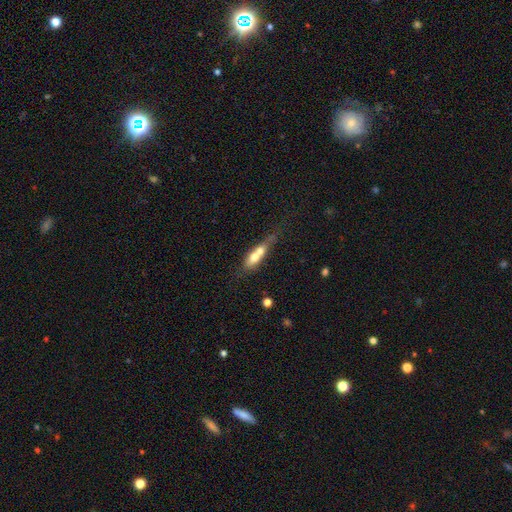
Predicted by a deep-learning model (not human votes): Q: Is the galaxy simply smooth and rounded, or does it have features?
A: smooth — 59%.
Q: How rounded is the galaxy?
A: in between — 54%.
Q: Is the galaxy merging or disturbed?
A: merger — 60%.